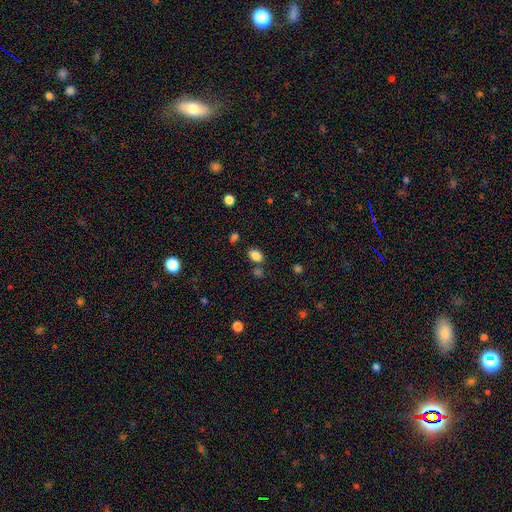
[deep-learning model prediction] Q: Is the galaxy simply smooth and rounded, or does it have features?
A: smooth — 84%.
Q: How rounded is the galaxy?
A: in between — 79%.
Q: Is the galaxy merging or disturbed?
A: none — 73%.